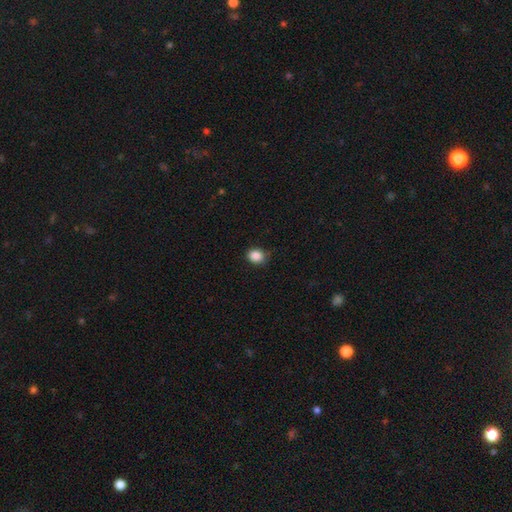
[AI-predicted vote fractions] Smooth or featured? smooth (87%)
How rounded? round (64%)
Merging? none (77%)